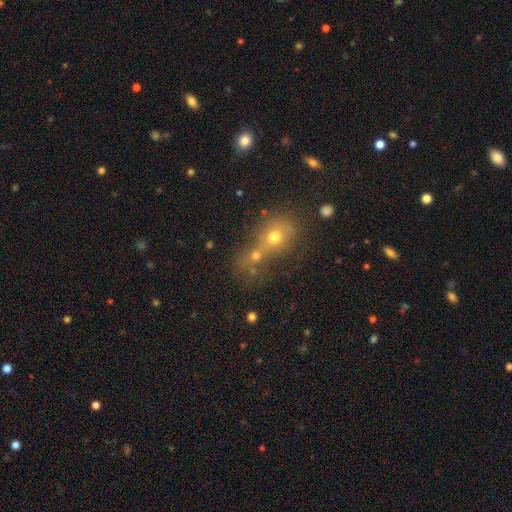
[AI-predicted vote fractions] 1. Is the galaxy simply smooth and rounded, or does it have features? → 63% smooth, 19% star or artifact, 18% featured or disk.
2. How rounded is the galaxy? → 66% round, 31% in between, 3% cigar-shaped.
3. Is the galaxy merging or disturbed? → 65% merger, 22% none, 6% minor disturbance, 6% major disturbance.